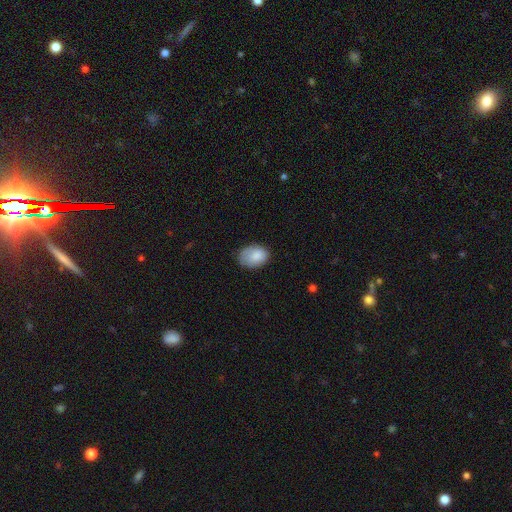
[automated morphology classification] Q: Smooth or featured?
A: smooth (85%); runner-up: featured or disk (8%)
Q: How rounded?
A: in between (78%); runner-up: round (21%)
Q: Merging?
A: none (65%); runner-up: minor disturbance (27%)